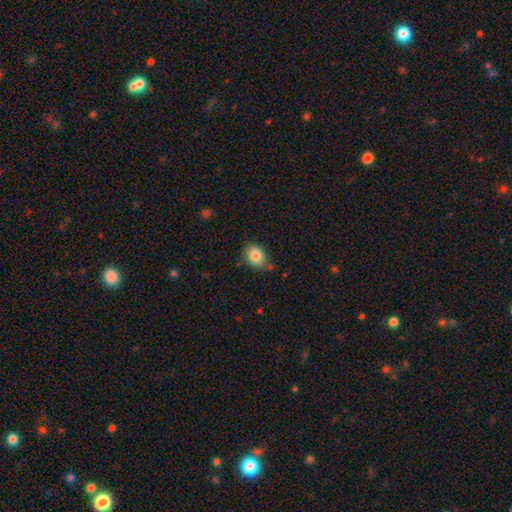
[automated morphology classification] A smooth galaxy with no disk features (84%) that is in between round and cigar-shaped (66%). Merging: none (75%).